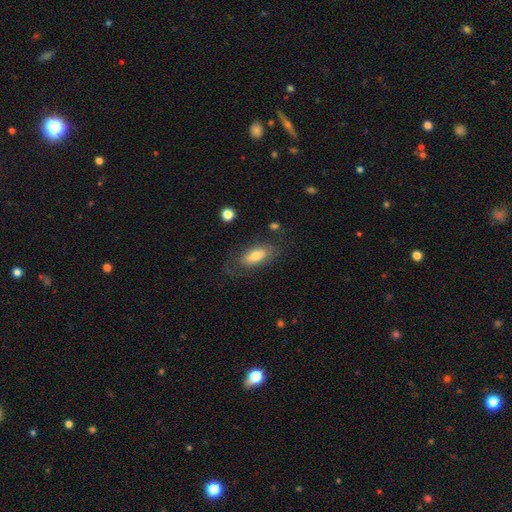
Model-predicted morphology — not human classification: Smooth or featured?
  - smooth: 60% *
  - featured or disk: 33%
  - star or artifact: 7%
How rounded?
  - in between: 84% *
  - cigar-shaped: 12%
  - round: 3%
Merging?
  - none: 63% *
  - minor disturbance: 21%
  - major disturbance: 14%
  - merger: 2%